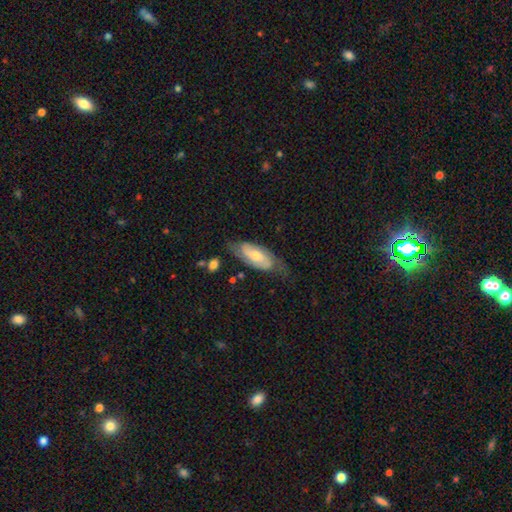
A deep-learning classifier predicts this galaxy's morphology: Smooth or featured: featured or disk — 58% (smooth — 36%)
Edge-on disk: no — 89% (yes — 11%)
Bar: no — 63% (weak — 28%)
Spiral arms: yes — 84% (no — 16%)
Bulge size: small — 49% (moderate — 43%)
Merging: none — 57% (minor disturbance — 27%)